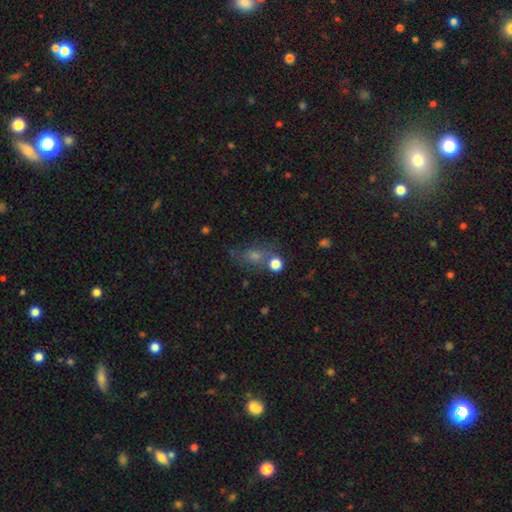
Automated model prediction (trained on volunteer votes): Smooth or featured? Predicted: smooth (p=0.46). Merging? Predicted: none (p=0.59).